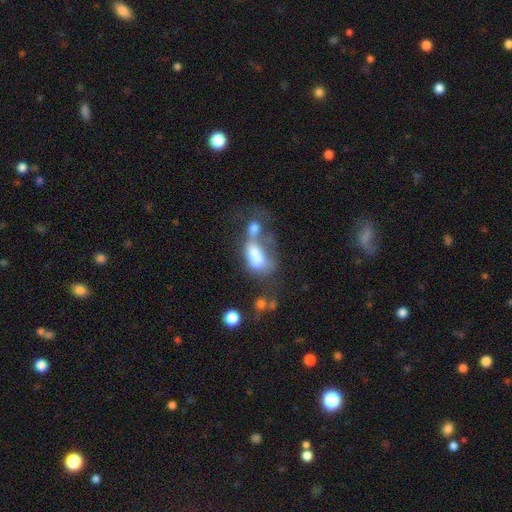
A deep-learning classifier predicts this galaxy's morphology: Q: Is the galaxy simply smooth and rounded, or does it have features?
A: smooth — 63%.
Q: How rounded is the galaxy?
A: in between — 87%.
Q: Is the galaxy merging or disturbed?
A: merger — 57%.